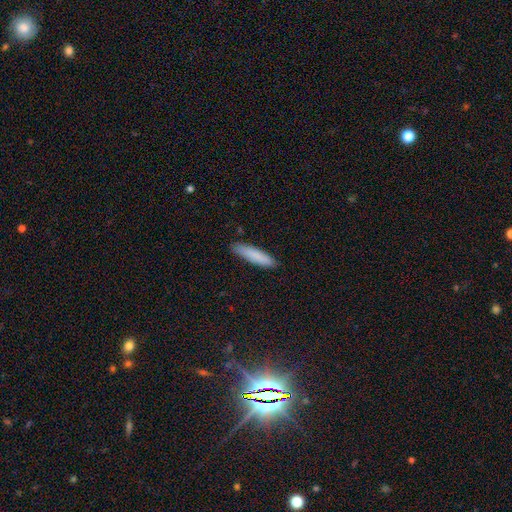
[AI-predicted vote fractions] Smooth or featured?
  - smooth: 84% *
  - featured or disk: 9%
  - star or artifact: 6%
How rounded?
  - cigar-shaped: 83% *
  - in between: 16%
  - round: 1%
Merging?
  - none: 87% *
  - minor disturbance: 11%
  - major disturbance: 2%
  - merger: 1%